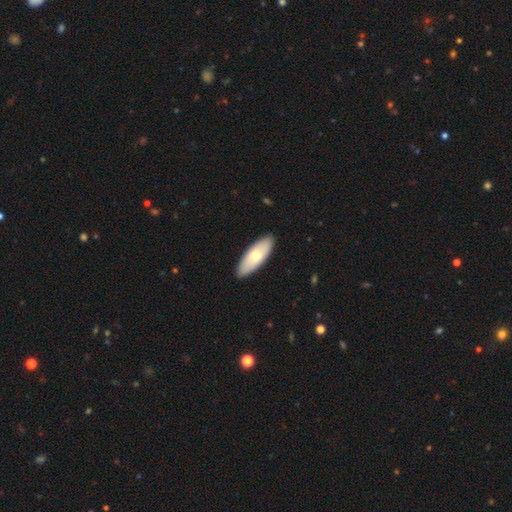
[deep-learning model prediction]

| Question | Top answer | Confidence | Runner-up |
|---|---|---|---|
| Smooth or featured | smooth | 70% | featured or disk (25%) |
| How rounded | in between | 72% | cigar-shaped (26%) |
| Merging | none | 90% | minor disturbance (8%) |